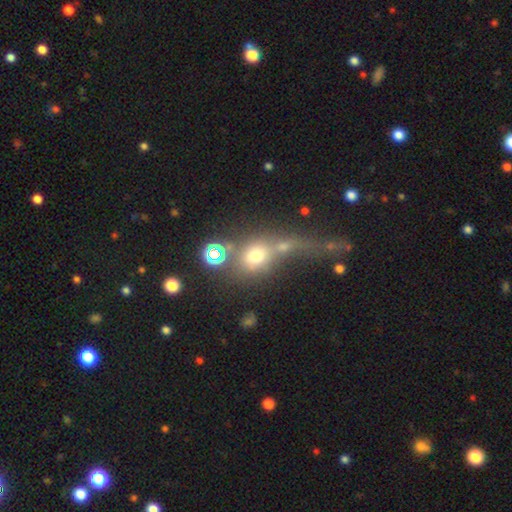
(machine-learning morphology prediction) Smooth or featured: smooth — 58% (star or artifact — 23%)
How rounded: round — 59% (in between — 36%)
Merging: merger — 39% (none — 30%)